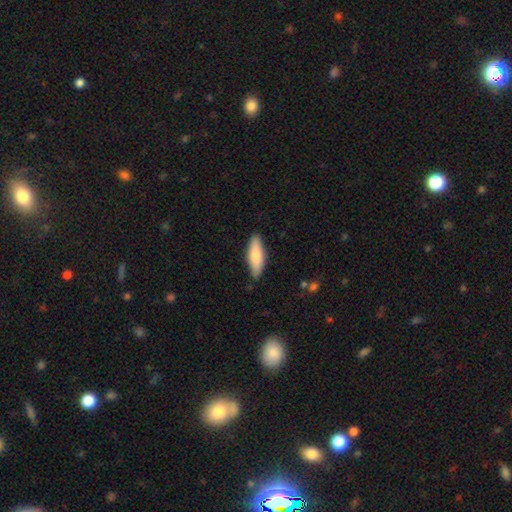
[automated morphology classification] type=smooth (79%); roundness=in between (55%); merging=none (84%).